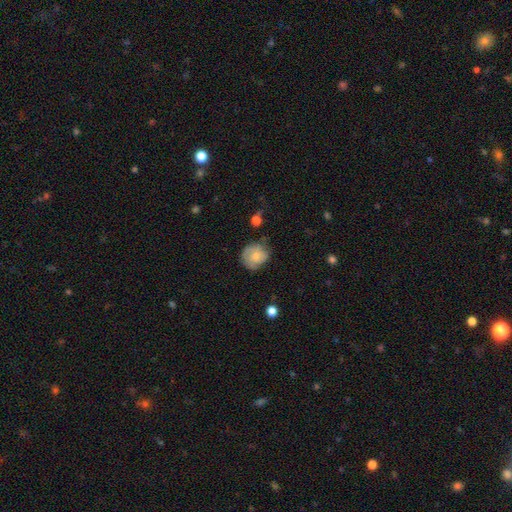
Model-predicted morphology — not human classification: Smooth or featured? smooth (63%)
How rounded? round (75%)
Merging? none (60%)